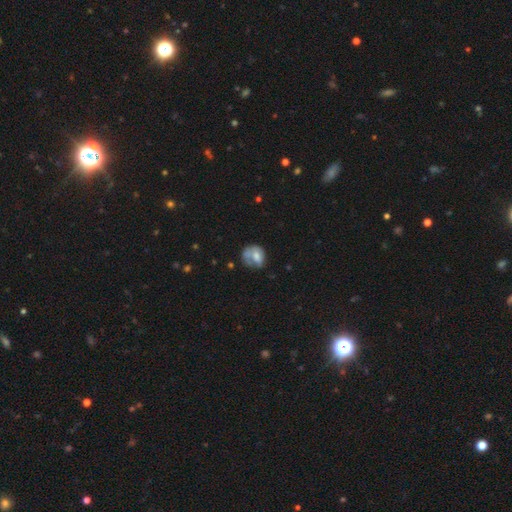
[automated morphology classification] This appears to be a smooth galaxy with no disk features (57%) that is round (52%). Merging: none (32%).